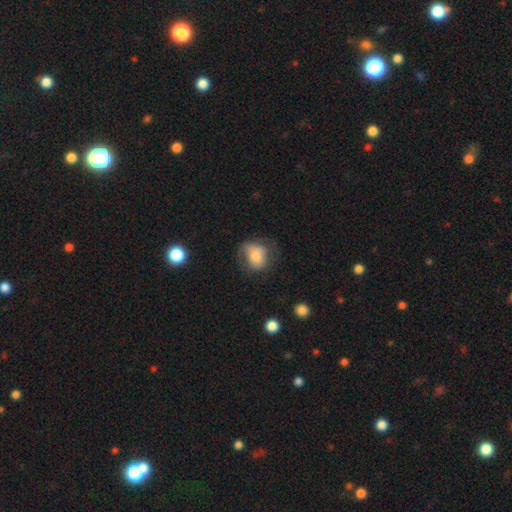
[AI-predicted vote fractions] Smooth or featured? smooth (62%)
How rounded? round (54%)
Merging? none (49%)